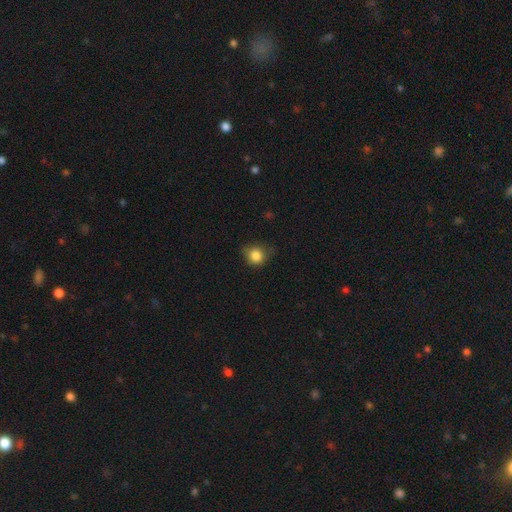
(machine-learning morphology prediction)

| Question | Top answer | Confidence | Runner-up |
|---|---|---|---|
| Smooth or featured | smooth | 84% | star or artifact (10%) |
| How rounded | round | 76% | in between (23%) |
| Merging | none | 63% | minor disturbance (28%) |